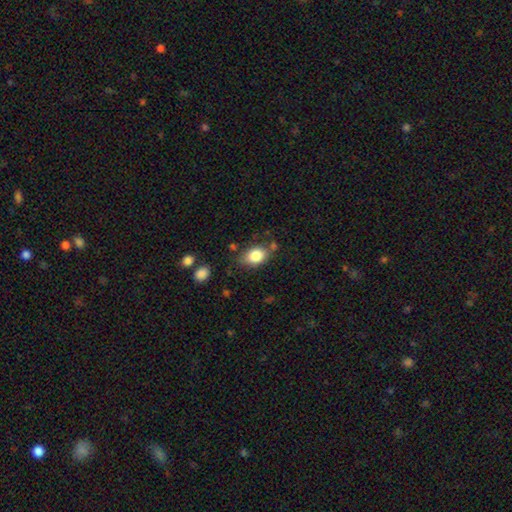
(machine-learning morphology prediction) smooth 83%, featured or disk 9%, star or artifact 8%. Down the decision tree: how rounded — in between (76%); merging — none (70%).